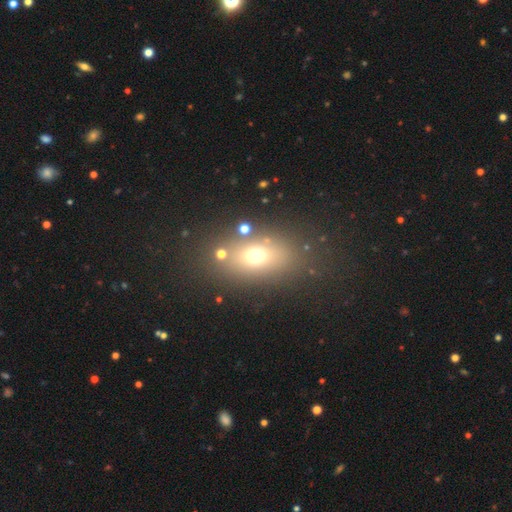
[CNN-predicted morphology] This is likely a smooth galaxy (65%). How rounded: likely in between (70%). Merging: likely none (76%).